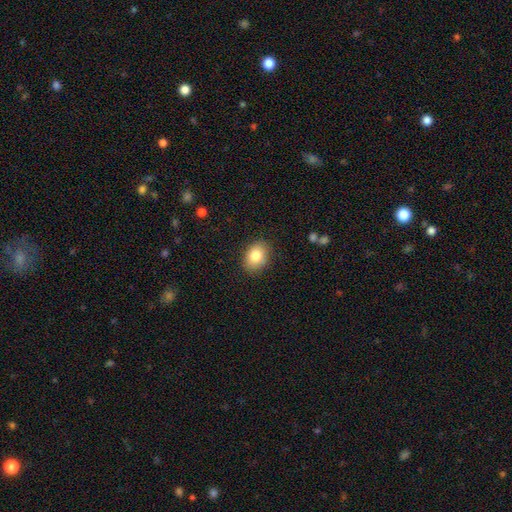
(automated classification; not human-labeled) A smooth galaxy with no disk features (82%) that is in between round and cigar-shaped (66%).

Vote fractions:
- Smooth or featured? smooth: 82% / featured or disk: 10% / star or artifact: 8%
- How rounded? in between: 66% / round: 33% / cigar-shaped: 1%
- Merging? none: 86% / minor disturbance: 10% / major disturbance: 2% / merger: 1%